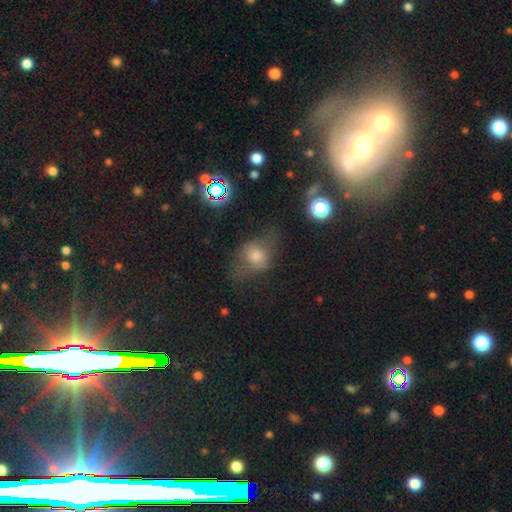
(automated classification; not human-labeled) The model was most divided on "how rounded": in between: 56%, round: 41%, cigar-shaped: 3%. More confident: smooth or featured — smooth (53%); merging — none (50%).